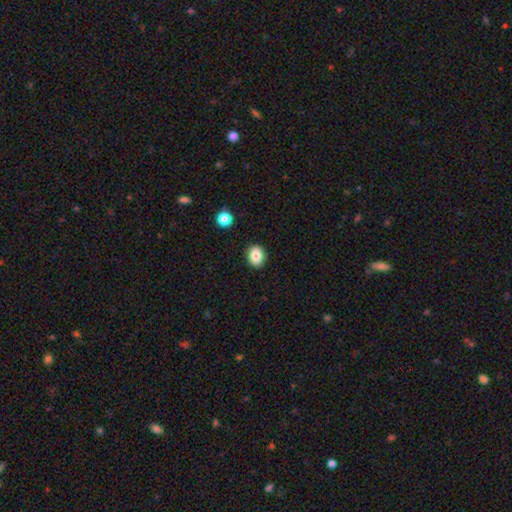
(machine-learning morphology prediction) Q: Smooth or featured?
A: smooth (83%); runner-up: star or artifact (9%)
Q: How rounded?
A: round (53%); runner-up: in between (46%)
Q: Merging?
A: none (89%); runner-up: minor disturbance (7%)